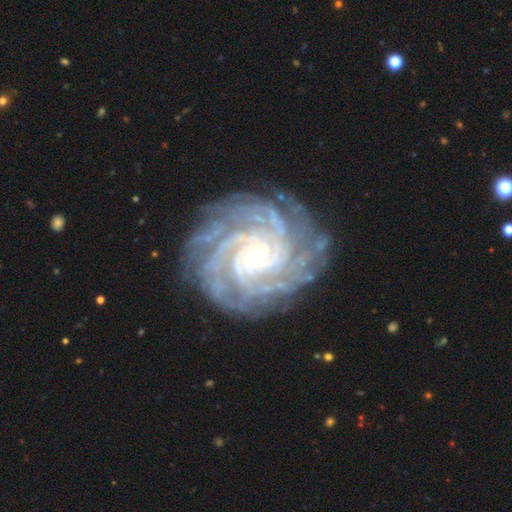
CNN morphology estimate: Smooth or featured: featured or disk — 92% (star or artifact — 5%)
Edge-on disk: no — 98% (yes — 2%)
Bar: no — 71% (weak — 20%)
Spiral arms: yes — 99% (no — 1%)
Spiral winding: tight — 80% (medium — 18%)
Spiral arm count: more than 4 — 27% (4 — 26%)
Bulge size: small — 84% (moderate — 12%)
Merging: none — 80% (minor disturbance — 14%)